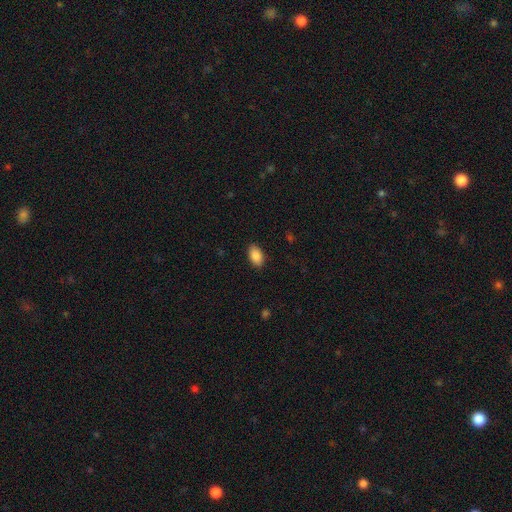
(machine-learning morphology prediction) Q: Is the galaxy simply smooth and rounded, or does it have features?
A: smooth — 88%.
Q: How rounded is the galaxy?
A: in between — 93%.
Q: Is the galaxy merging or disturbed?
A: none — 89%.